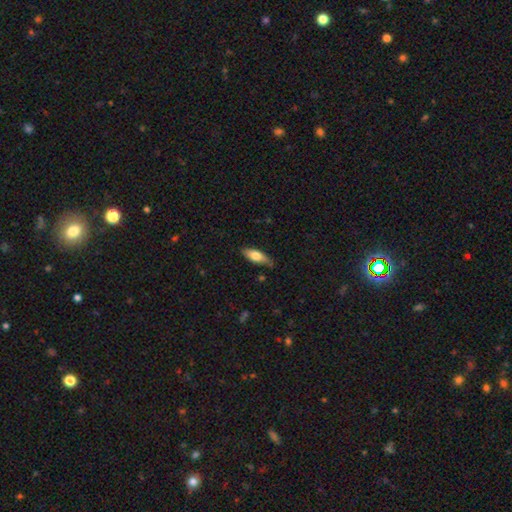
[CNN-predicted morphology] Smooth or featured: smooth — 72% (featured or disk — 22%)
How rounded: in between — 69% (cigar-shaped — 29%)
Merging: none — 78% (minor disturbance — 17%)